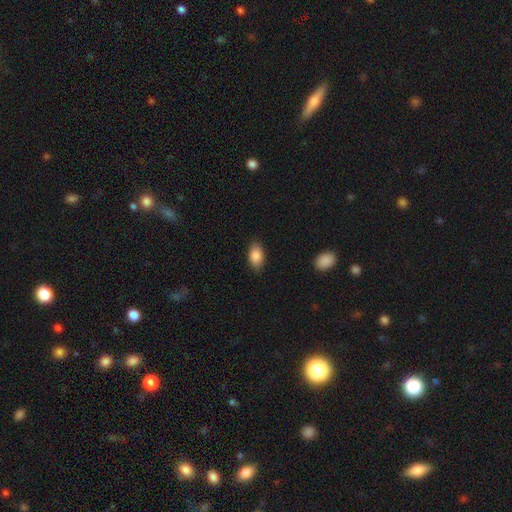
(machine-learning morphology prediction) Smooth or featured? smooth (87%)
How rounded? in between (92%)
Merging? none (86%)